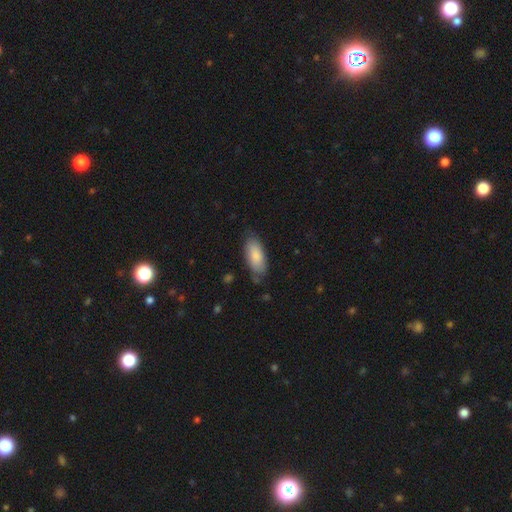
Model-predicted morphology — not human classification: Overall: smooth (84%). How rounded: in between (85%). Merging: none (74%).